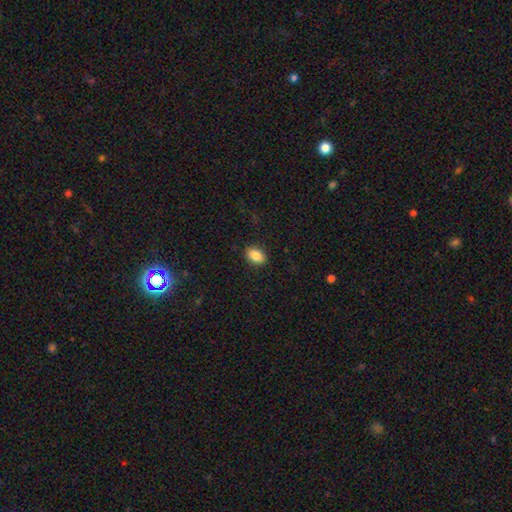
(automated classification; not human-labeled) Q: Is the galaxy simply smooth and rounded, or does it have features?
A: smooth — 85%.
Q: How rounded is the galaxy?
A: in between — 85%.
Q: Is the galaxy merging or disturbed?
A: none — 89%.